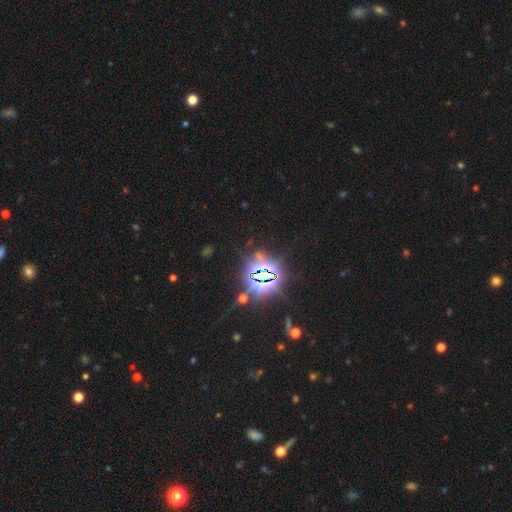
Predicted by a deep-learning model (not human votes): Smooth or featured: star or artifact — 85% (smooth — 8%)